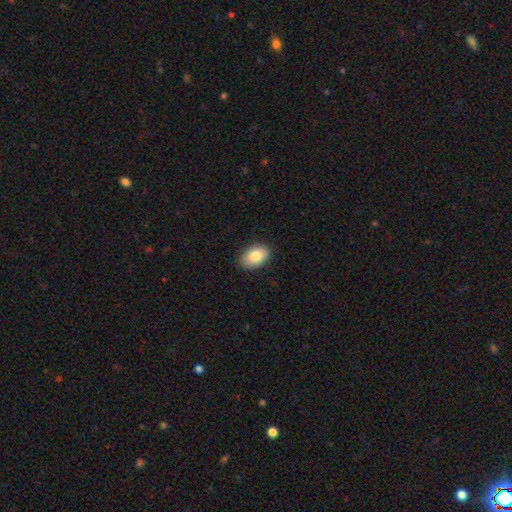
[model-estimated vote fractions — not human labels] The model was most divided on "smooth or featured": smooth: 82%, featured or disk: 11%, star or artifact: 8%. More confident: merging — none (87%); how rounded — in between (87%).